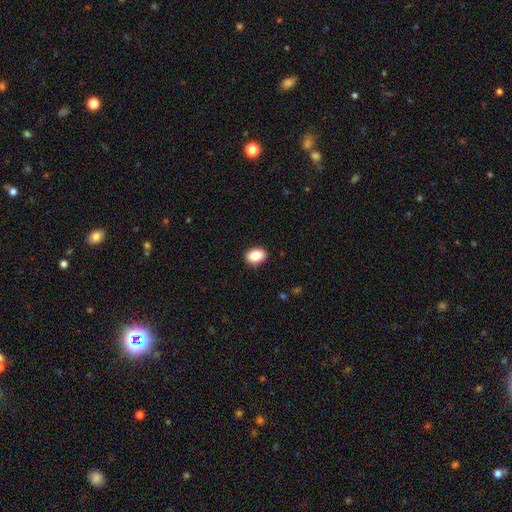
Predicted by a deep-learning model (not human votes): smooth-or-featured: smooth: 86% | star or artifact: 8% | featured or disk: 6%
  how-rounded: in between: 76% | round: 23% | cigar-shaped: 1%
  merging: none: 90% | minor disturbance: 8% | major disturbance: 2% | merger: 1%